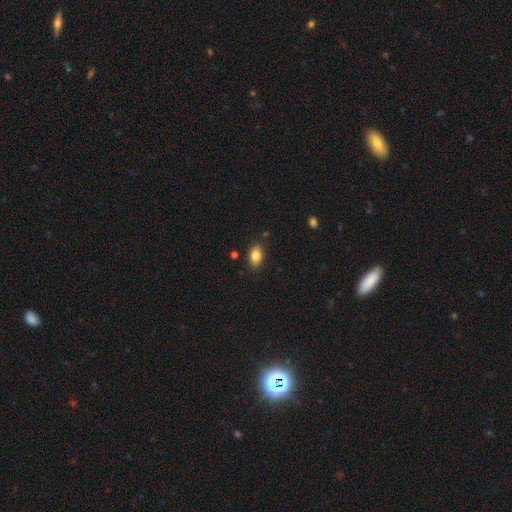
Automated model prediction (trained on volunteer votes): A smooth galaxy with no disk features (84%) that is in between round and cigar-shaped (88%). Merging: none (85%).